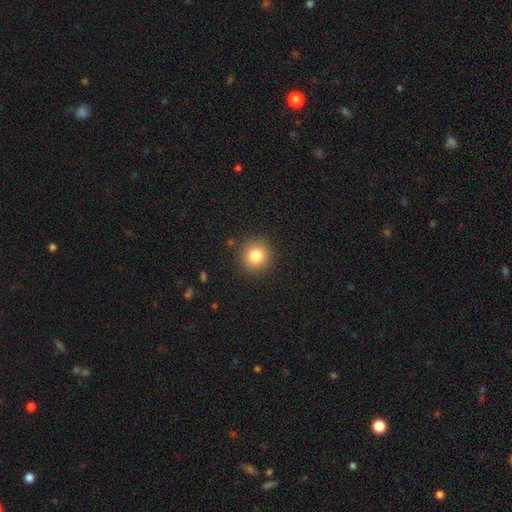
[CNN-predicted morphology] A smooth galaxy with no disk features (81%) that is round (93%). Merging: none (90%).